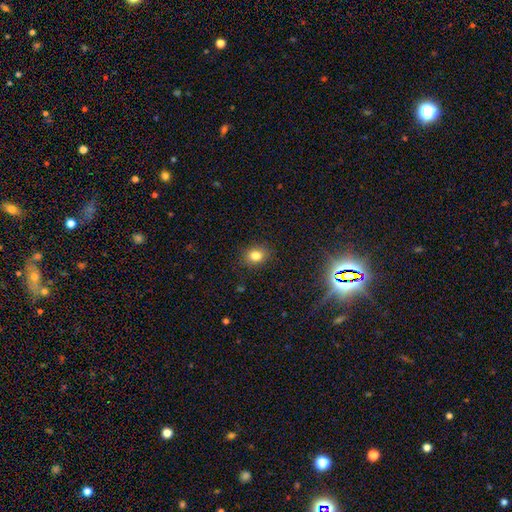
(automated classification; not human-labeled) smooth_or_featured: smooth (p=0.81) [alt: star or artifact p=0.13]
how_rounded: round (p=0.55) [alt: in between p=0.44]
merging: none (p=0.88) [alt: minor disturbance p=0.09]